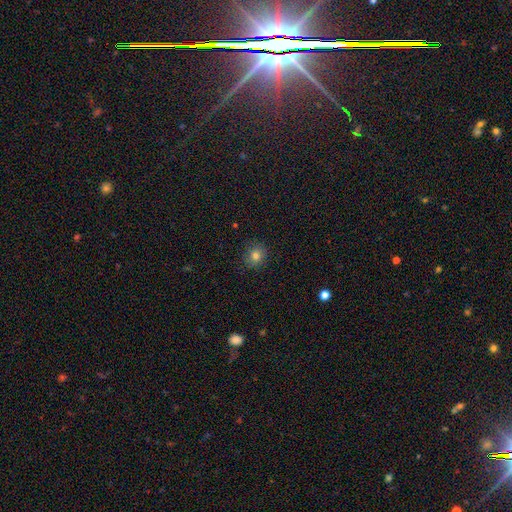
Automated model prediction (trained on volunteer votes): The model was most divided on "smooth or featured": smooth: 79%, star or artifact: 14%, featured or disk: 7%. More confident: merging — none (88%); how rounded — round (83%).